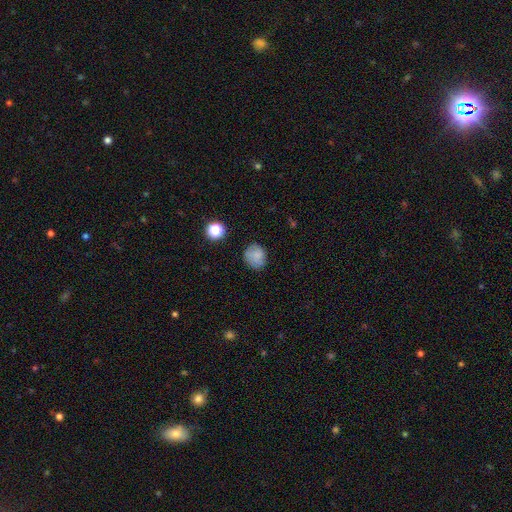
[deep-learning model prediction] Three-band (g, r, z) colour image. It shows a smooth galaxy with no disk features (73%) that is round (71%). Merging: none (74%).